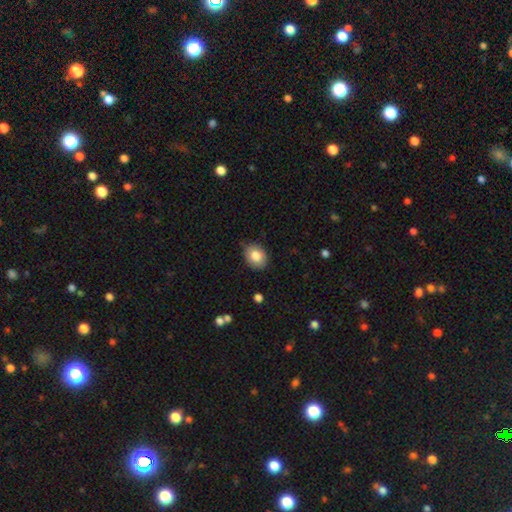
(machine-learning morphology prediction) The model was most divided on "how rounded": in between: 55%, round: 44%, cigar-shaped: 1%. More confident: smooth or featured — smooth (82%); merging — none (80%).